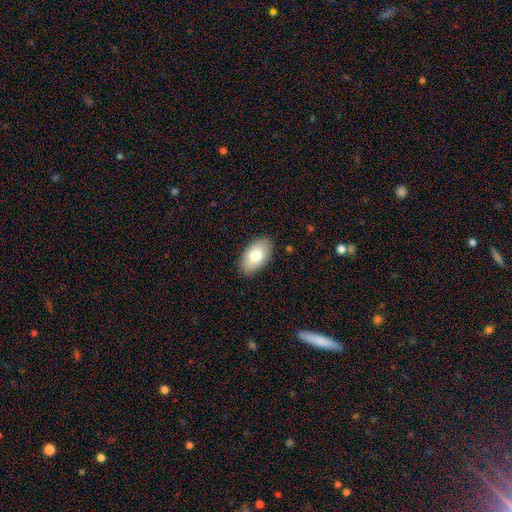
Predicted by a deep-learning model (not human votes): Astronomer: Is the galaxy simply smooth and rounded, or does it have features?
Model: smooth — 77%.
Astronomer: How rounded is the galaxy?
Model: in between — 94%.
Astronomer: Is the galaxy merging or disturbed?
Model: none — 86%.